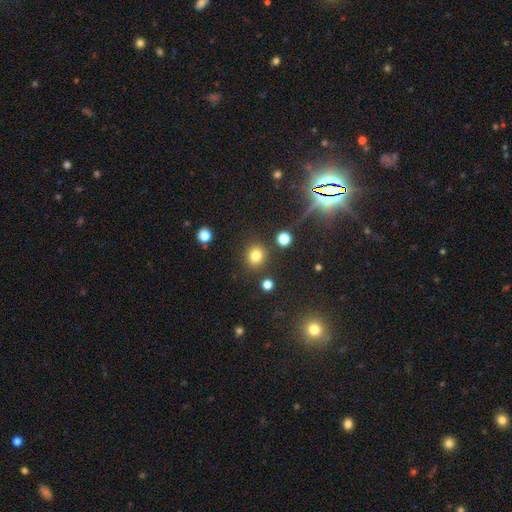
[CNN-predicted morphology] smooth_or_featured: smooth (p=0.78) [alt: star or artifact p=0.15]
how_rounded: round (p=0.81) [alt: in between p=0.18]
merging: none (p=0.84) [alt: minor disturbance p=0.08]